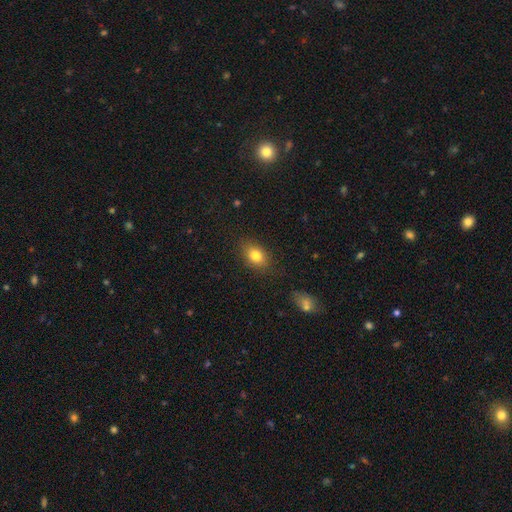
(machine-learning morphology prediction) Smooth or featured: smooth — 81% (star or artifact — 10%)
How rounded: in between — 79% (round — 19%)
Merging: none — 83% (minor disturbance — 12%)